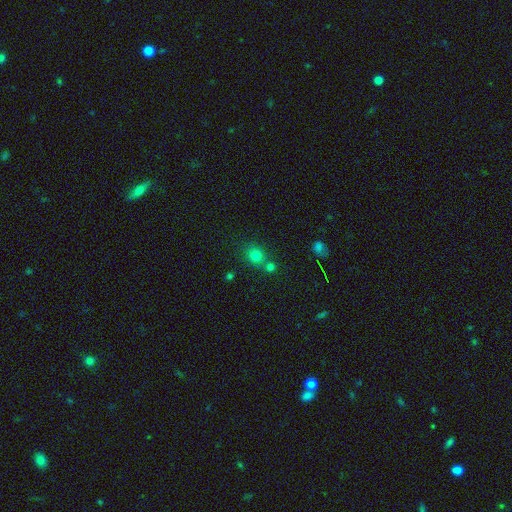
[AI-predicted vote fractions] A smooth galaxy with no disk features (76%) that is round (78%).

Vote fractions:
- Smooth or featured? smooth: 76% / star or artifact: 17% / featured or disk: 7%
- How rounded? round: 78% / in between: 21% / cigar-shaped: 1%
- Merging? none: 61% / merger: 26% / minor disturbance: 9% / major disturbance: 3%